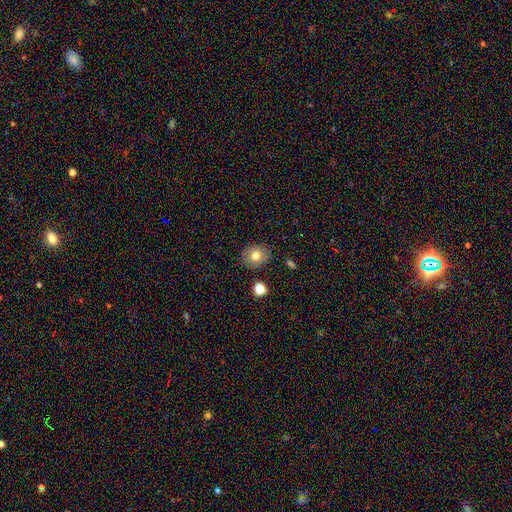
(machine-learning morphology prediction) Smooth or featured?
  - smooth: 74% *
  - featured or disk: 15%
  - star or artifact: 10%
How rounded?
  - round: 59% *
  - in between: 40%
  - cigar-shaped: 1%
Merging?
  - none: 84% *
  - minor disturbance: 11%
  - major disturbance: 3%
  - merger: 3%